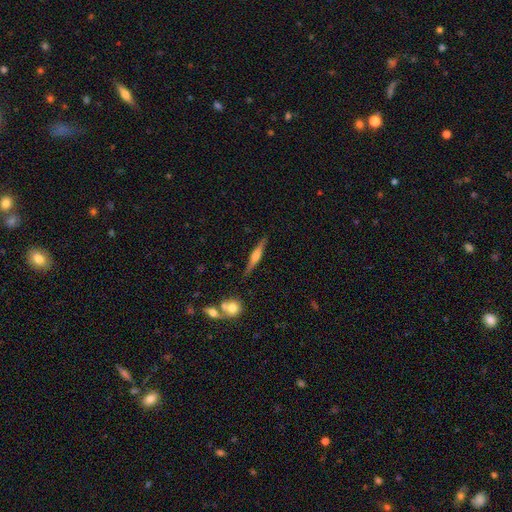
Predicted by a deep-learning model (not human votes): A featured or disk galaxy (67%) viewed edge-on (97%) with a rounded central bulge (78%). Merging: none (87%).